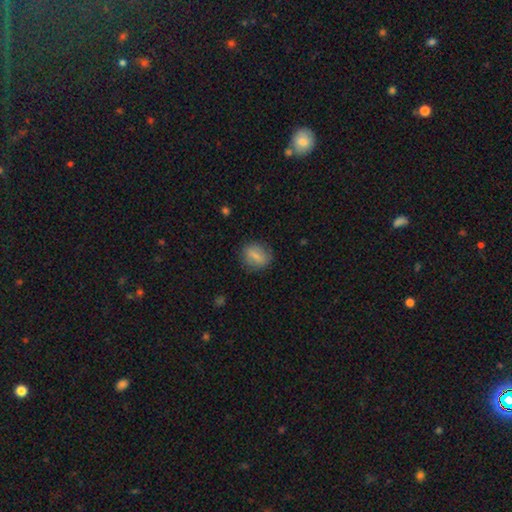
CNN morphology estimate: smooth_or_featured: smooth (p=0.70) [alt: featured or disk p=0.21]
how_rounded: round (p=0.53) [alt: in between p=0.44]
merging: none (p=0.80) [alt: minor disturbance p=0.14]